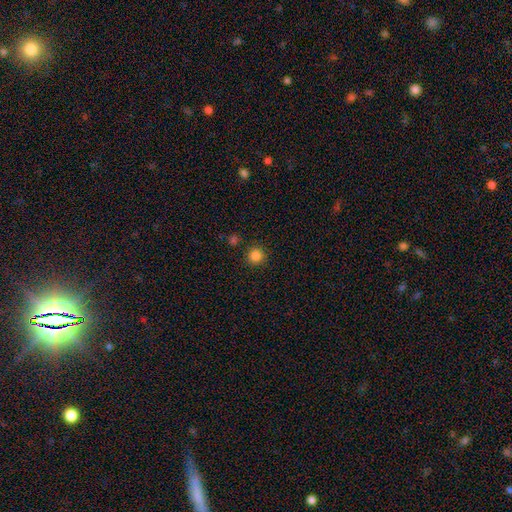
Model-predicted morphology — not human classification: The model was most divided on "smooth or featured": smooth: 85%, star or artifact: 12%, featured or disk: 4%. More confident: how rounded — round (95%); merging — none (89%).